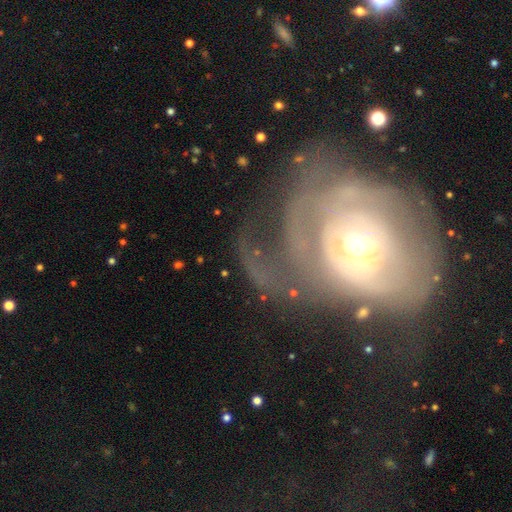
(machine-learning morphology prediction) Smooth or featured? featured or disk (68%)
Edge-on disk? no (95%)
Bar? no (76%)
Spiral arms? yes (54%)
Bulge size? moderate (64%)
Merging? major disturbance (49%)